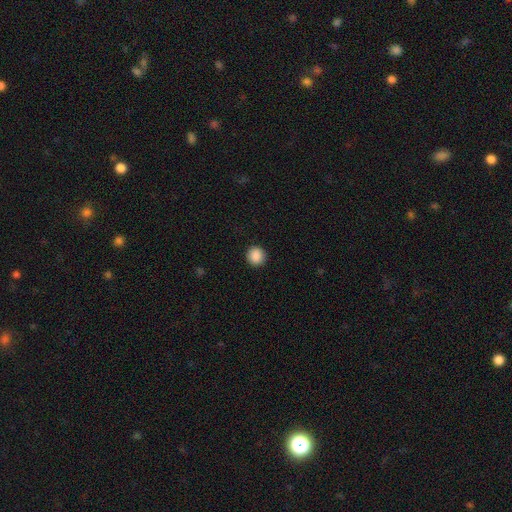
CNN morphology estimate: A smooth galaxy with no disk features (89%) that is round (93%).

Vote fractions:
- Smooth or featured? smooth: 89% / star or artifact: 9% / featured or disk: 3%
- How rounded? round: 93% / in between: 6% / cigar-shaped: 1%
- Merging? none: 92% / minor disturbance: 5% / major disturbance: 2% / merger: 1%